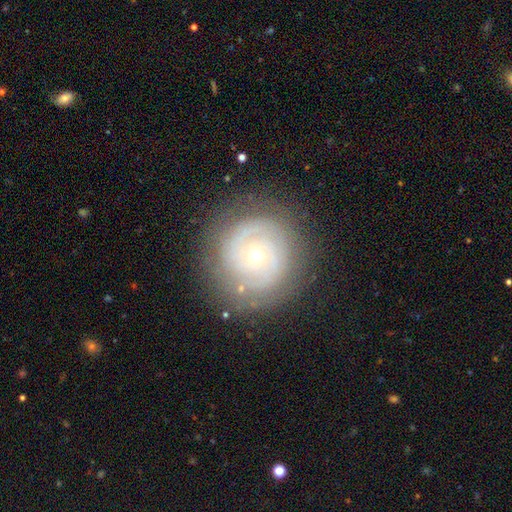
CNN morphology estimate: Smooth or featured: featured or disk — 74% (smooth — 18%)
Edge-on disk: no — 98% (yes — 2%)
Bar: no — 78% (weak — 18%)
Spiral arms: yes — 88% (no — 12%)
Spiral winding: tight — 69% (medium — 25%)
Spiral arm count: 2 — 44% (can't tell — 27%)
Bulge size: small — 77% (moderate — 20%)
Merging: none — 82% (minor disturbance — 12%)